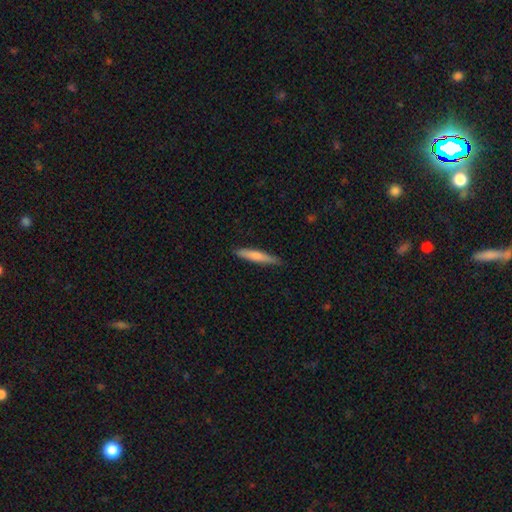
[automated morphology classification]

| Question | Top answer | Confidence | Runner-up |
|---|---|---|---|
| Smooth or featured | smooth | 72% | featured or disk (23%) |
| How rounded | cigar-shaped | 92% | in between (7%) |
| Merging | none | 88% | minor disturbance (10%) |